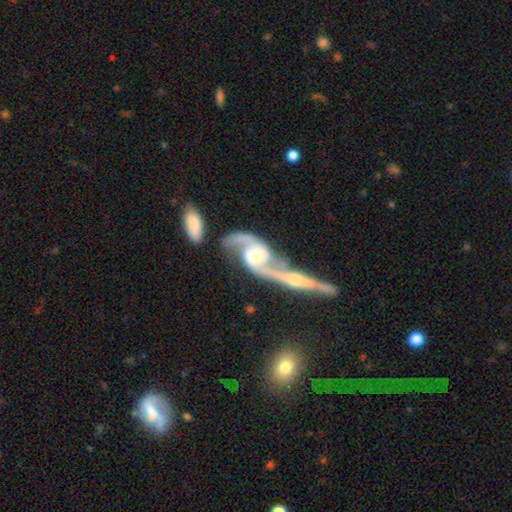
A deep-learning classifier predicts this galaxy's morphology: smooth_or_featured: featured or disk (p=0.88) [alt: smooth p=0.08]
disk_edge_on: no (p=0.94) [alt: yes p=0.06]
bar: no (p=0.52) [alt: weak p=0.34]
has_spiral_arms: yes (p=0.95) [alt: no p=0.05]
spiral_winding: loose (p=0.62) [alt: medium p=0.29]
spiral_arm_count: 2 (p=0.91) [alt: 1 p=0.03]
bulge_size: moderate (p=0.50) [alt: small p=0.40]
merging: merger (p=0.62) [alt: none p=0.21]